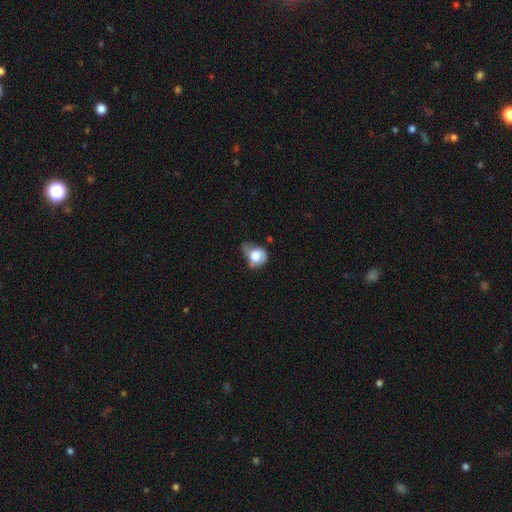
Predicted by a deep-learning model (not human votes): A smooth galaxy with no disk features (63%) that is in between round and cigar-shaped (50%). Merging: minor disturbance (37%).